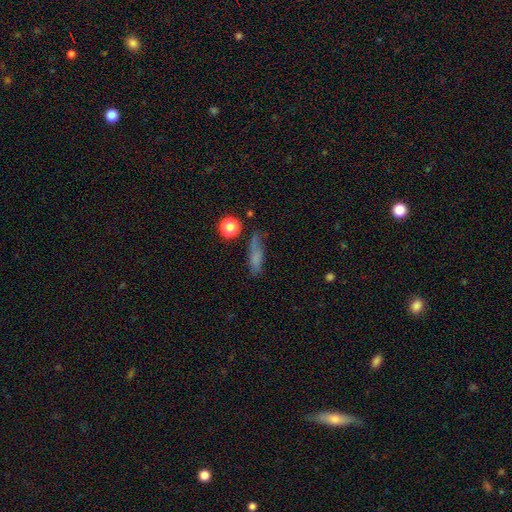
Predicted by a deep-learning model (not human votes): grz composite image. It shows a smooth galaxy with no disk features (65%) that is cigar-shaped (56%). Merging: none (59%).